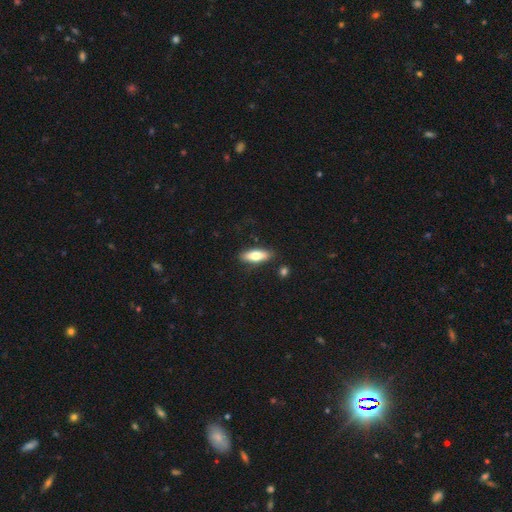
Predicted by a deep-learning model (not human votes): smooth-or-featured: smooth: 73% | featured or disk: 21% | star or artifact: 6%
  how-rounded: in between: 63% | cigar-shaped: 35% | round: 2%
  merging: none: 85% | minor disturbance: 11% | major disturbance: 2% | merger: 2%